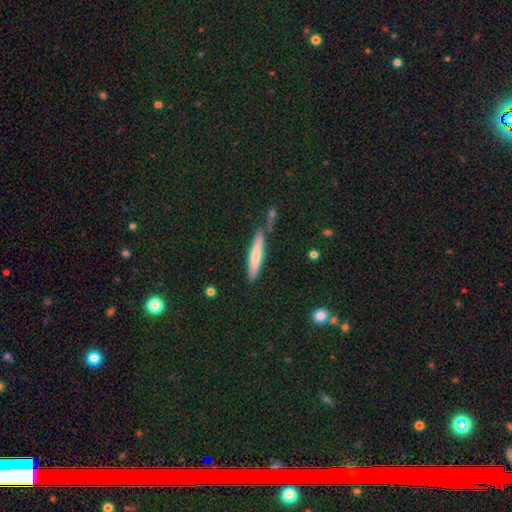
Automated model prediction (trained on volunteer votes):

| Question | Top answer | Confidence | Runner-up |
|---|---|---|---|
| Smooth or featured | smooth | 67% | featured or disk (27%) |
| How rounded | cigar-shaped | 90% | in between (9%) |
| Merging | none | 70% | minor disturbance (18%) |